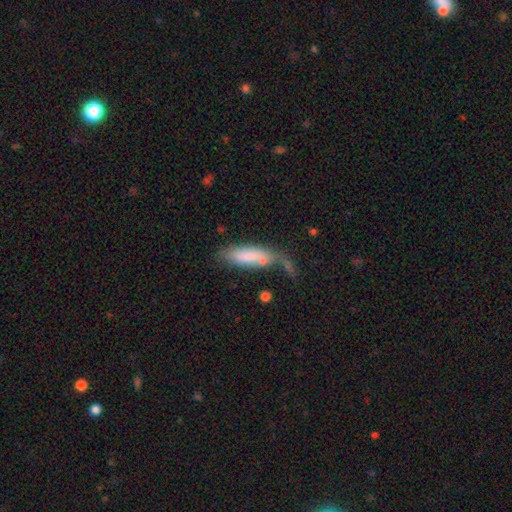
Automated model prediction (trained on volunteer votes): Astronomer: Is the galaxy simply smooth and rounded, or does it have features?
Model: smooth — 73%.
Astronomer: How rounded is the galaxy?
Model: in between — 54% (runner-up: cigar-shaped, 44%).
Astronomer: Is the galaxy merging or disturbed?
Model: none — 33% (runner-up: minor disturbance, 25%).